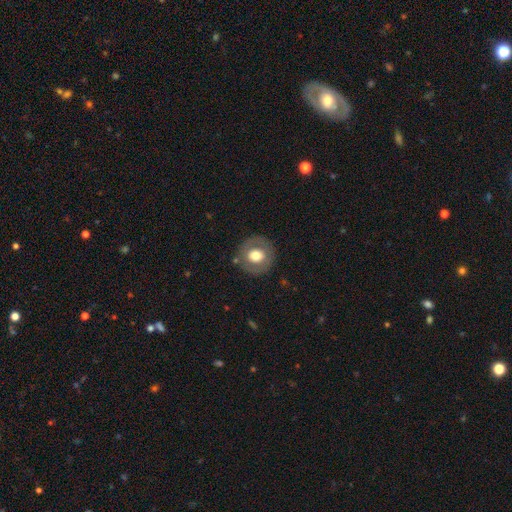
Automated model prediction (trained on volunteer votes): This is likely a smooth galaxy (61%). How rounded: clearly round (89%). Merging: clearly none (83%).